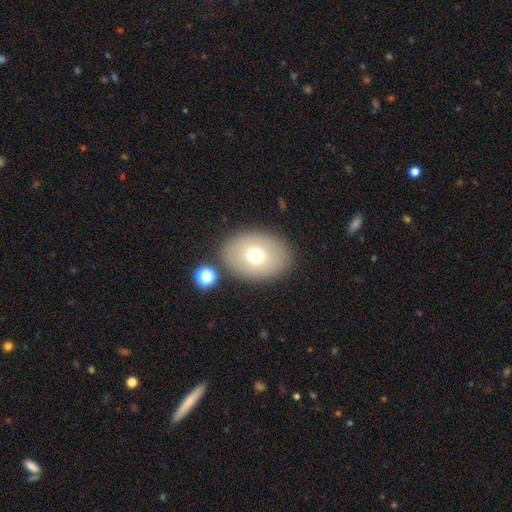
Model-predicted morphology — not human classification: smooth 71%, featured or disk 19%, star or artifact 10%. Down the decision tree: how rounded — in between (73%); merging — none (84%).